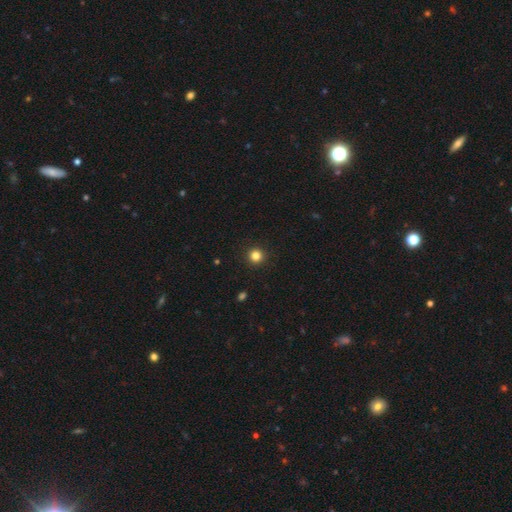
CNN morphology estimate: This appears to be a smooth galaxy with no disk features (84%) that is round (95%). Merging: none (93%).